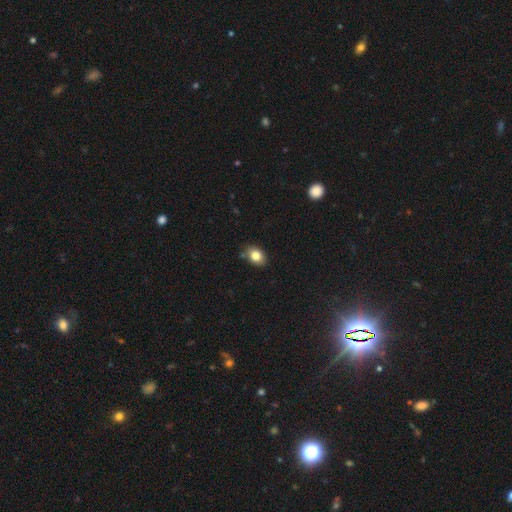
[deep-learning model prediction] Q: Smooth or featured?
A: smooth (81%); runner-up: featured or disk (10%)
Q: How rounded?
A: in between (76%); runner-up: round (23%)
Q: Merging?
A: none (82%); runner-up: minor disturbance (13%)